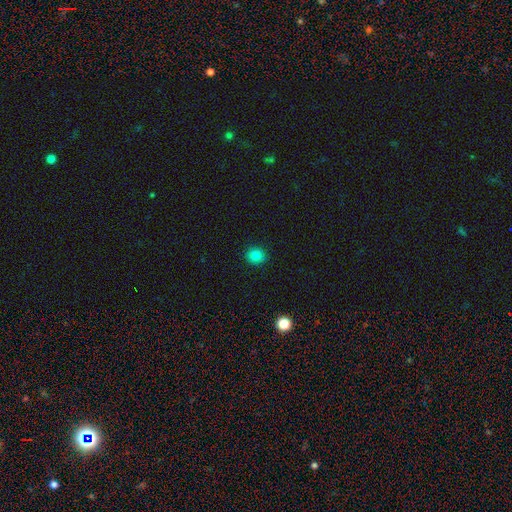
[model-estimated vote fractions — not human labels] smooth-or-featured: smooth: 81% | star or artifact: 13% | featured or disk: 6%
  how-rounded: round: 84% | in between: 15% | cigar-shaped: 1%
  merging: none: 92% | minor disturbance: 5% | major disturbance: 2% | merger: 1%